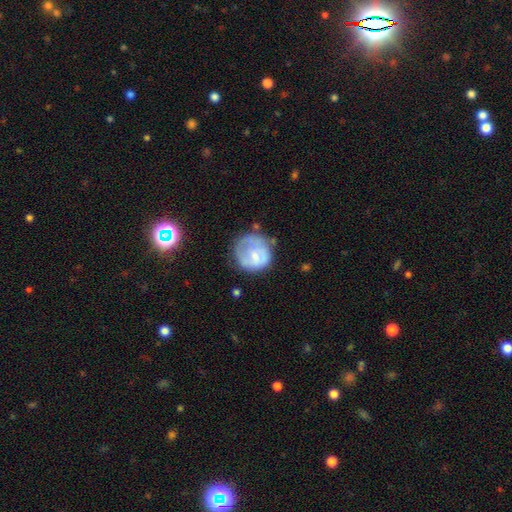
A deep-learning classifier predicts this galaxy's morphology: Overall: smooth (55%; featured or disk 38%). How rounded: round (85%). Merging: none (52%; minor disturbance 26%).